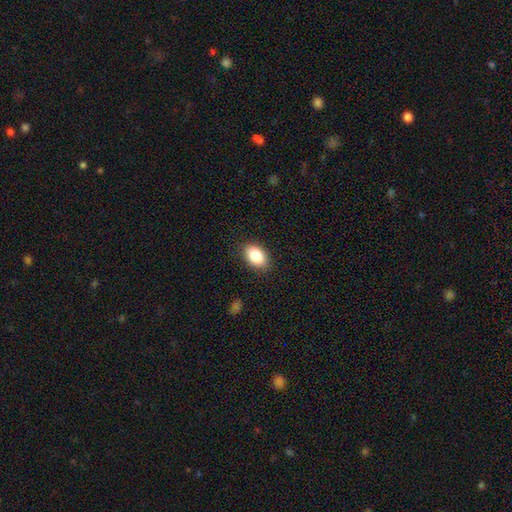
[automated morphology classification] smooth 89%, star or artifact 7%, featured or disk 4%. Down the decision tree: how rounded — in between (89%); merging — none (86%).